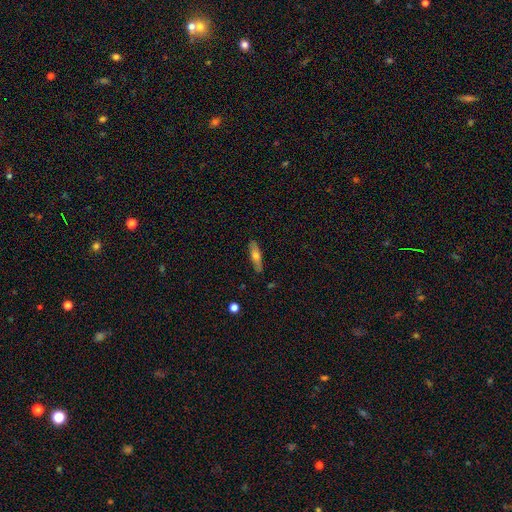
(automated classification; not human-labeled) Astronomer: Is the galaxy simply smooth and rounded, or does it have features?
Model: smooth — 58% (runner-up: featured or disk, 36%).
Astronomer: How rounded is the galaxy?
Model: cigar-shaped — 63%.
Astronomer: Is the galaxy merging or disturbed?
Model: none — 85%.